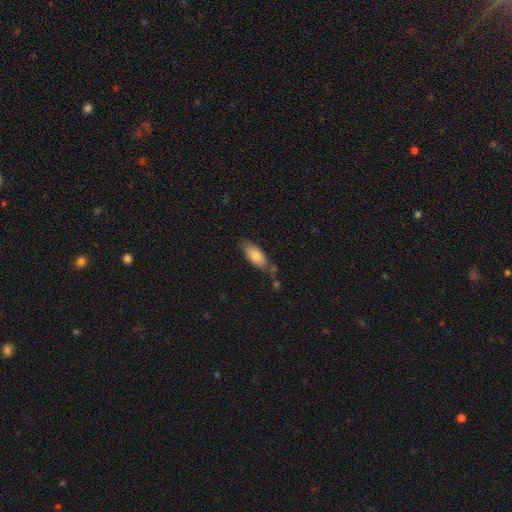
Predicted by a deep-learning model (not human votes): The model was most divided on "merging": none: 58%, minor disturbance: 24%, merger: 11%, major disturbance: 6%. More confident: how rounded — in between (81%); smooth or featured — smooth (80%).